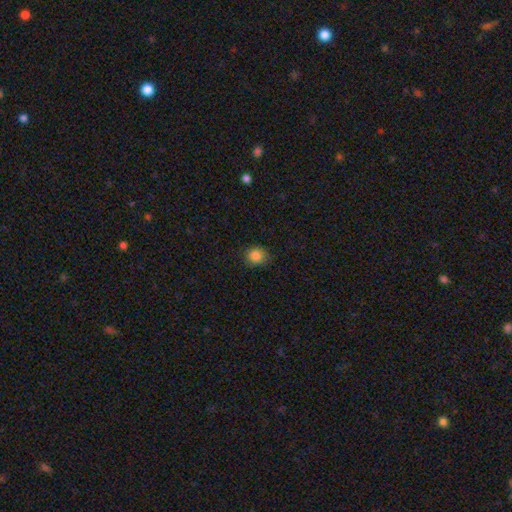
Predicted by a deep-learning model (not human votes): This appears to be a smooth galaxy with no disk features (85%) that is round (78%). Merging: none (80%).